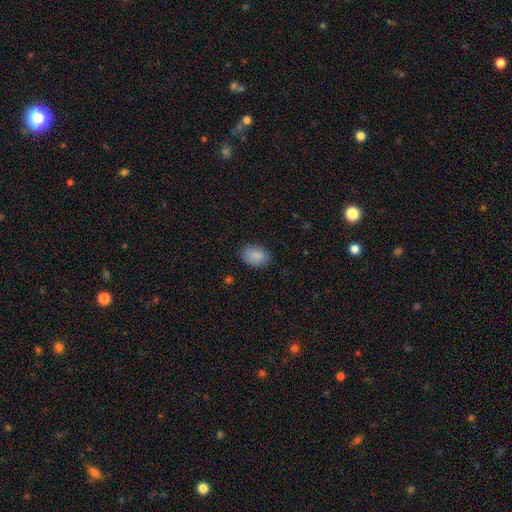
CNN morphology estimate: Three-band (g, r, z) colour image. It shows a smooth galaxy with no disk features (87%) that is in between round and cigar-shaped (85%). Merging: none (84%).